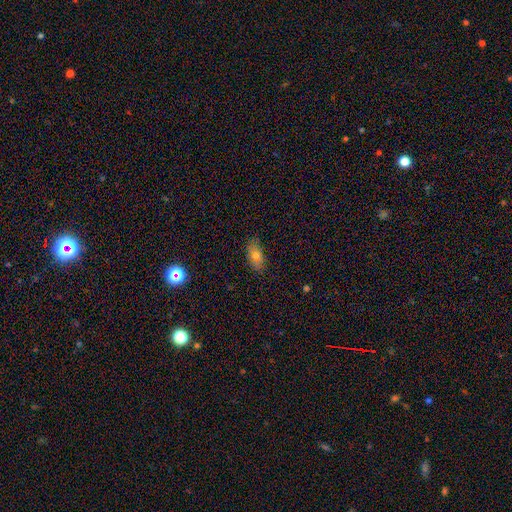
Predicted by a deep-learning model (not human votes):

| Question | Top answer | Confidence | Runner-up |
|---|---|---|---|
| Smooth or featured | smooth | 72% | featured or disk (17%) |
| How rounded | in between | 84% | cigar-shaped (9%) |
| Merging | none | 84% | minor disturbance (12%) |